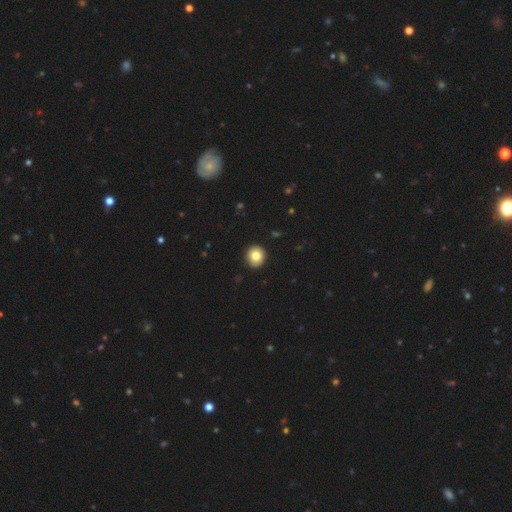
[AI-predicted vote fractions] Overall: smooth (82%). How rounded: round (86%). Merging: none (90%).